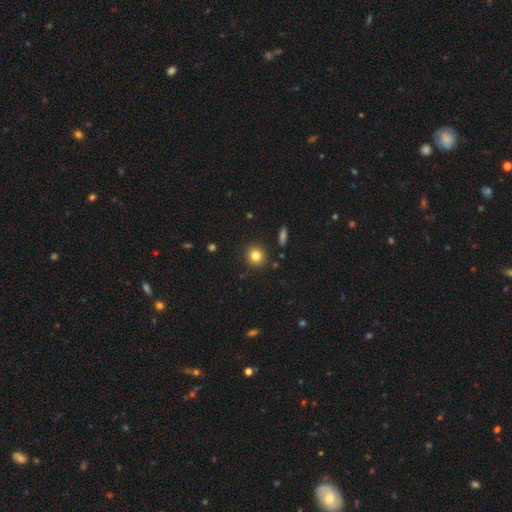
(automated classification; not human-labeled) Smooth or featured? smooth (81%)
How rounded? round (90%)
Merging? none (90%)